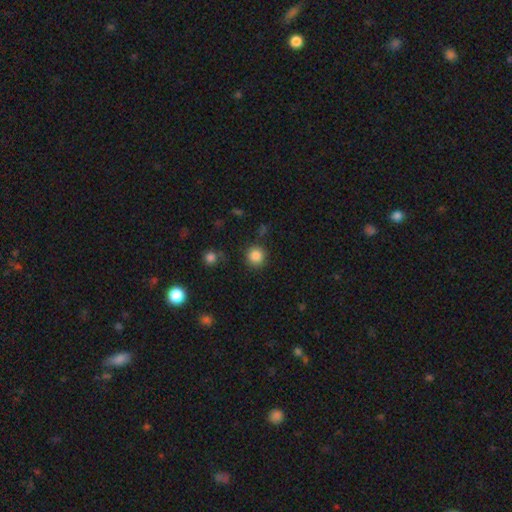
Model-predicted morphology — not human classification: This is clearly a smooth galaxy (85%). How rounded: clearly round (94%). Merging: clearly none (88%).